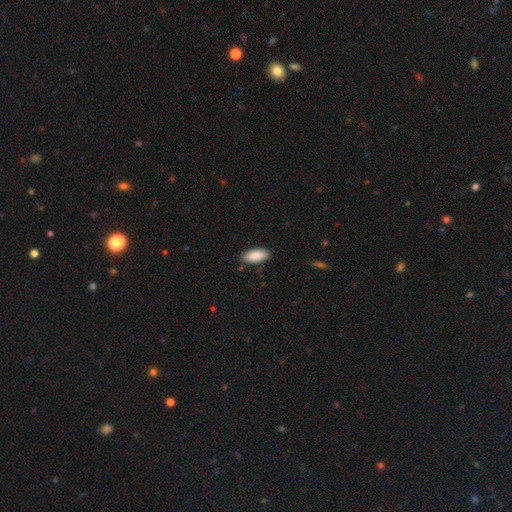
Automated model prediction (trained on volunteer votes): This is clearly a smooth galaxy (90%). How rounded: clearly in between (87%). Merging: clearly none (87%).